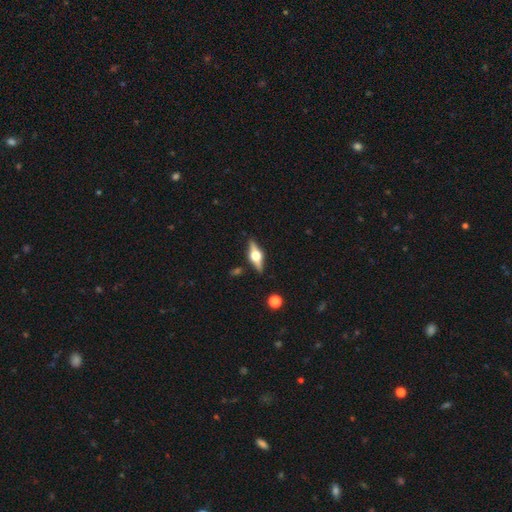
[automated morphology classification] Smooth or featured? featured or disk (75%)
Edge-on disk? yes (96%)
Edge-on bulge? rounded (95%)
Merging? none (87%)